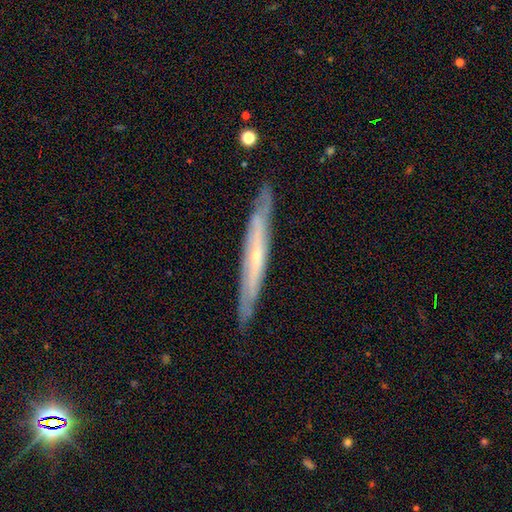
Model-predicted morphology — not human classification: featured or disk 74%, smooth 20%, star or artifact 6%. Down the decision tree: edge-on disk — yes (78%); edge-on bulge — rounded (54%); merging — none (85%).